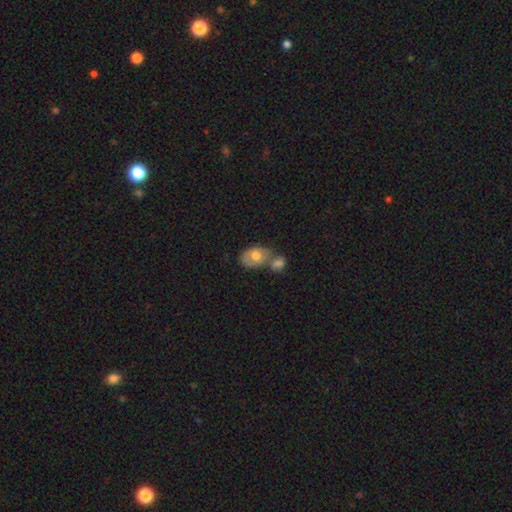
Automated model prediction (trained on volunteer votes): smooth 62%, featured or disk 31%, star or artifact 7%. Down the decision tree: how rounded — in between (79%); merging — merger (47%).